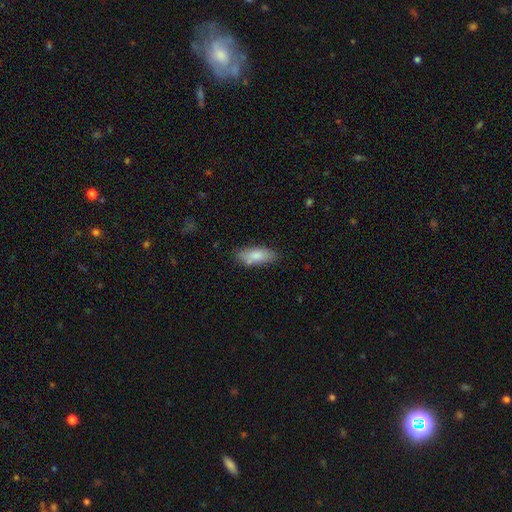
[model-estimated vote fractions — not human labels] A smooth galaxy with no disk features (81%) that is in between round and cigar-shaped (75%).

Vote fractions:
- Smooth or featured? smooth: 81% / featured or disk: 13% / star or artifact: 6%
- How rounded? in between: 75% / cigar-shaped: 23% / round: 2%
- Merging? none: 75% / minor disturbance: 17% / merger: 5% / major disturbance: 3%